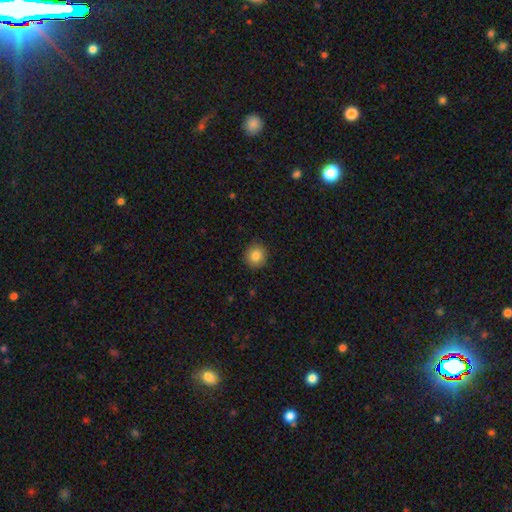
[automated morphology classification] type=smooth (84%); roundness=round (90%); merging=none (90%).